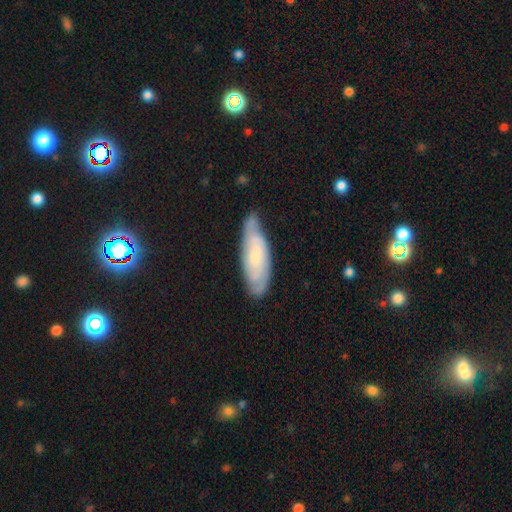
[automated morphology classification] A featured or disk galaxy (60%). Merging: none (70%).